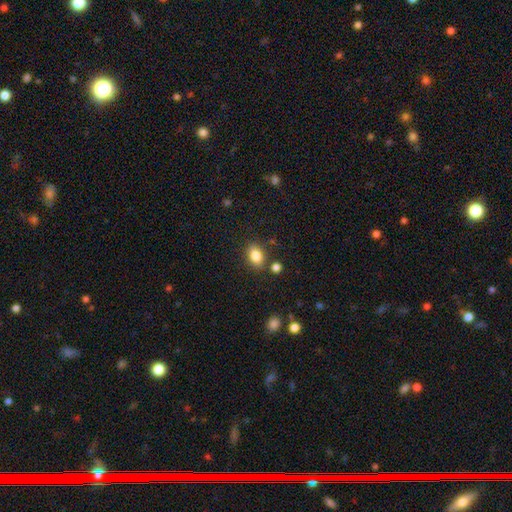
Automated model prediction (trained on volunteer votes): Smooth or featured?
  - smooth: 84% *
  - star or artifact: 9%
  - featured or disk: 7%
How rounded?
  - in between: 79% *
  - round: 20%
  - cigar-shaped: 2%
Merging?
  - none: 79% *
  - minor disturbance: 11%
  - merger: 6%
  - major disturbance: 3%